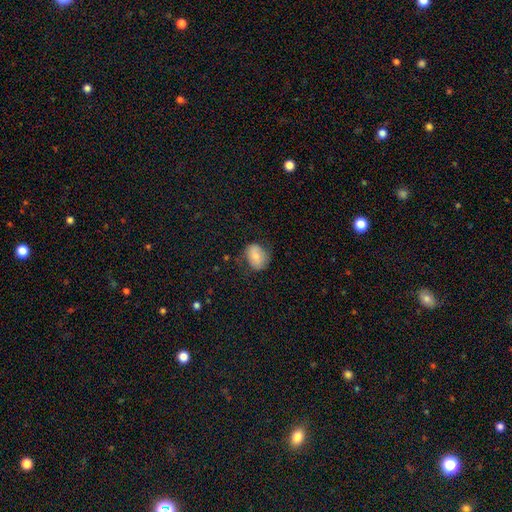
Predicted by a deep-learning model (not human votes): Overall: smooth (73%). How rounded: in between (63%; round 36%). Merging: none (66%).